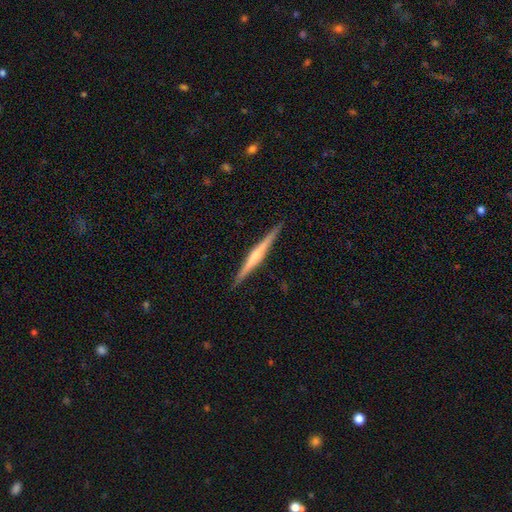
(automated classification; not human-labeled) The model was most divided on "edge-on bulge": rounded: 66%, none: 25%, boxy: 9%. More confident: edge-on disk — yes (98%); merging — none (92%); smooth or featured — featured or disk (72%).